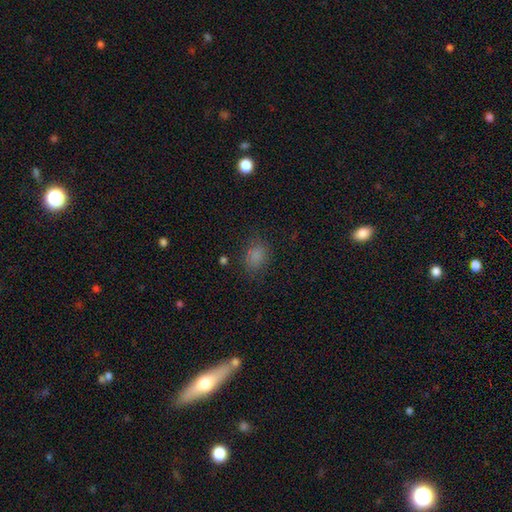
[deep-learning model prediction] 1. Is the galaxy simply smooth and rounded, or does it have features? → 79% smooth, 16% star or artifact, 5% featured or disk.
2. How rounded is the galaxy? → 58% in between, 40% round, 1% cigar-shaped.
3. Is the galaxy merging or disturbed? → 76% none, 16% minor disturbance, 6% major disturbance, 2% merger.